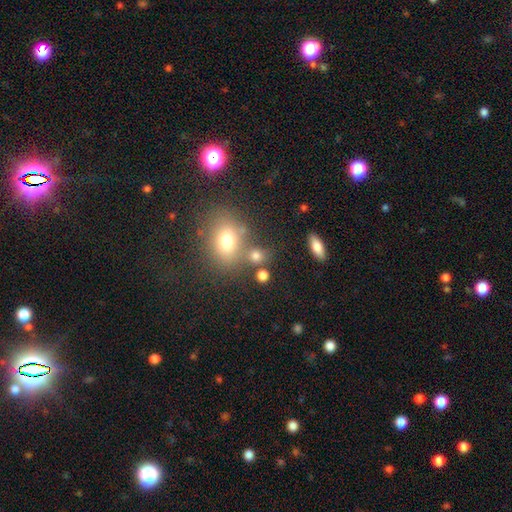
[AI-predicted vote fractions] This is likely a smooth galaxy (74%). How rounded: likely round (67%). Merging: likely none (62%).